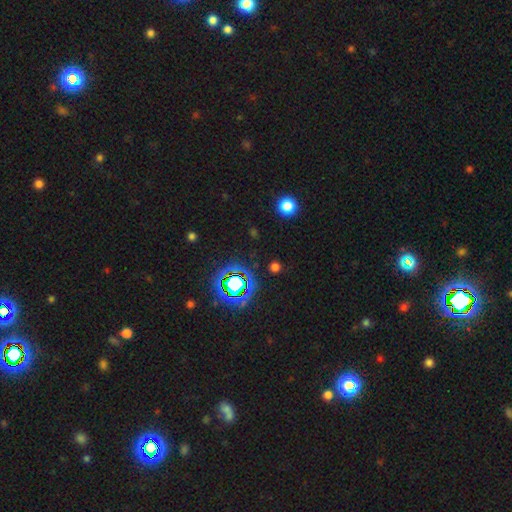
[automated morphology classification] This is likely a star or artifact rather than a galaxy (78%).